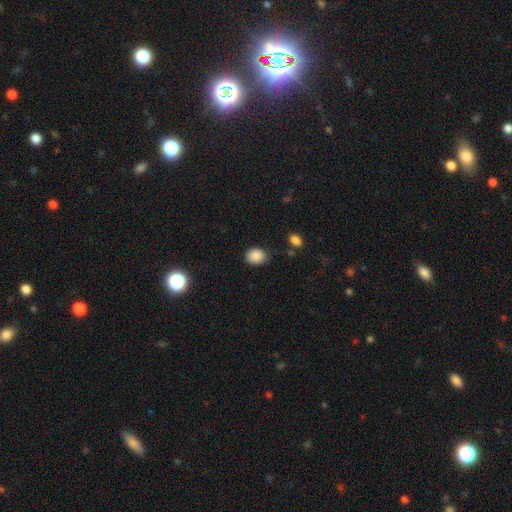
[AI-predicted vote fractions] A smooth galaxy with no disk features (87%) that is in between round and cigar-shaped (52%).

Vote fractions:
- Smooth or featured? smooth: 87% / star or artifact: 9% / featured or disk: 3%
- How rounded? in between: 52% / round: 47% / cigar-shaped: 1%
- Merging? none: 77% / minor disturbance: 17% / major disturbance: 4% / merger: 2%